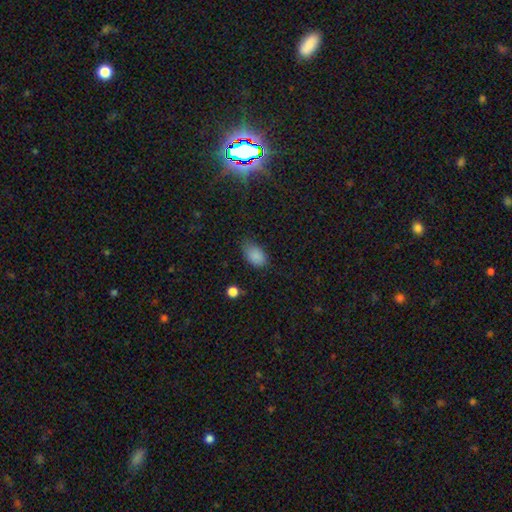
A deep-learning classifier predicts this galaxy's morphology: This appears to be a smooth galaxy with no disk features (86%) that is in between round and cigar-shaped (90%). Merging: none (68%).